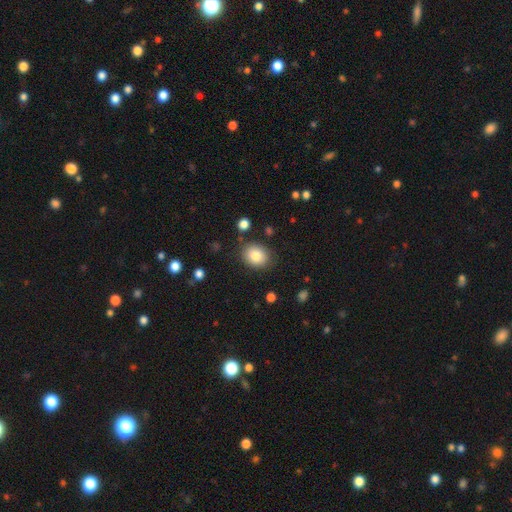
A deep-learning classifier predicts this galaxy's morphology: smooth-or-featured: smooth: 83% | star or artifact: 9% | featured or disk: 8%
  how-rounded: round: 55% | in between: 44% | cigar-shaped: 1%
  merging: none: 83% | minor disturbance: 11% | major disturbance: 3% | merger: 3%